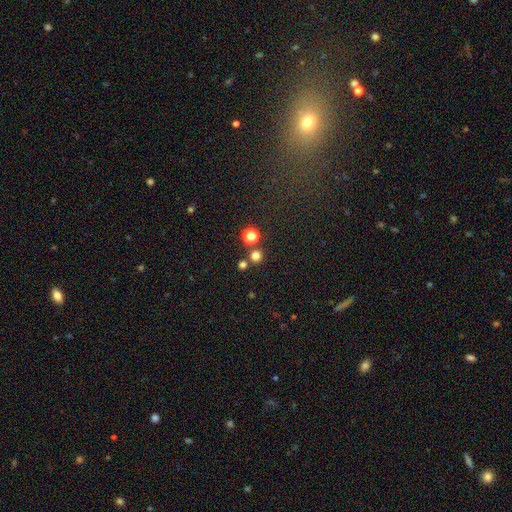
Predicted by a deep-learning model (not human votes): Smooth or featured: smooth — 74% (star or artifact — 20%)
How rounded: round — 91% (in between — 8%)
Merging: none — 76% (merger — 15%)